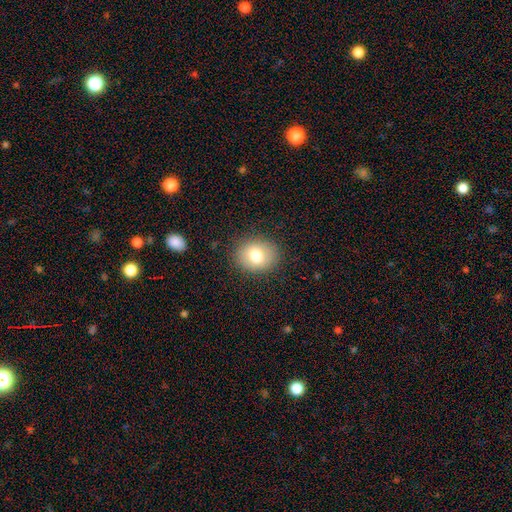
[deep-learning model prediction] A smooth galaxy with no disk features (78%) that is round (52%). Merging: none (87%).